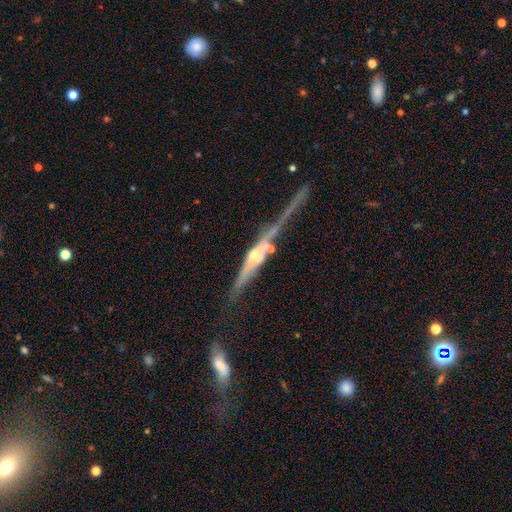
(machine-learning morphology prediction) This is likely a featured or disk galaxy (79%). It is clearly viewed edge-on (94%). Edge-on bulge: likely rounded (79%). Merging: possibly none (50%).